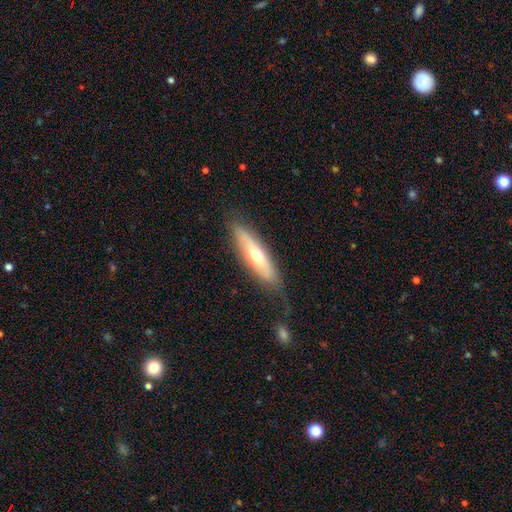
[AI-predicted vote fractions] Morphology: type=smooth (52%); roundness=cigar-shaped (63%); merging=none (73%).